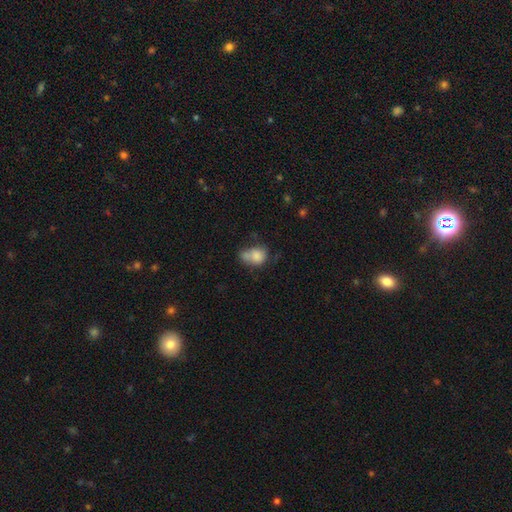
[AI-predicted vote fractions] Morphology: type=smooth (78%); roundness=in between (53%); merging=merger (37%).